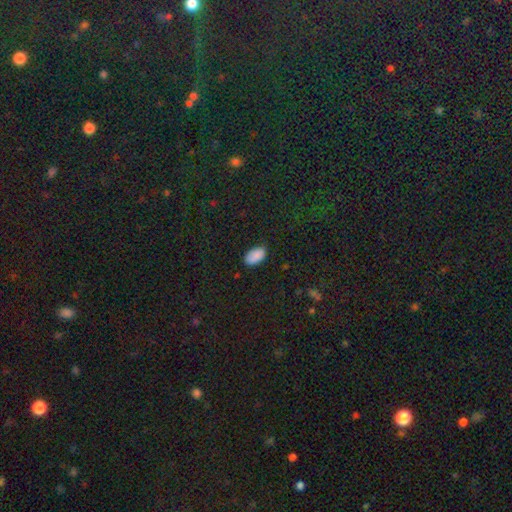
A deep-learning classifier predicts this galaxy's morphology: Q: Smooth or featured?
A: smooth (88%); runner-up: star or artifact (9%)
Q: How rounded?
A: in between (95%); runner-up: round (3%)
Q: Merging?
A: none (85%); runner-up: minor disturbance (11%)